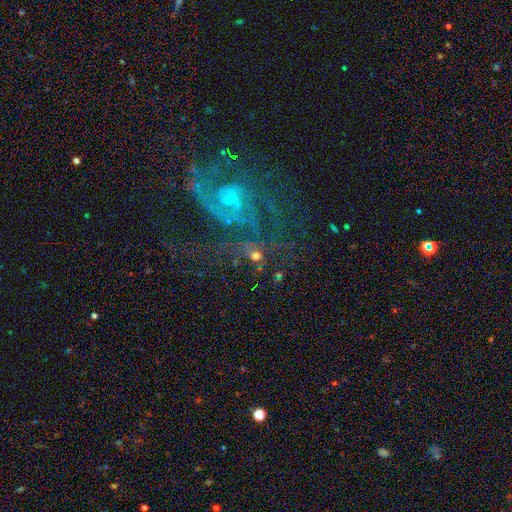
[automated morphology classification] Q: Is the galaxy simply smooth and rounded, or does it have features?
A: featured or disk — 41%.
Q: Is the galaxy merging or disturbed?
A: none — 59%.